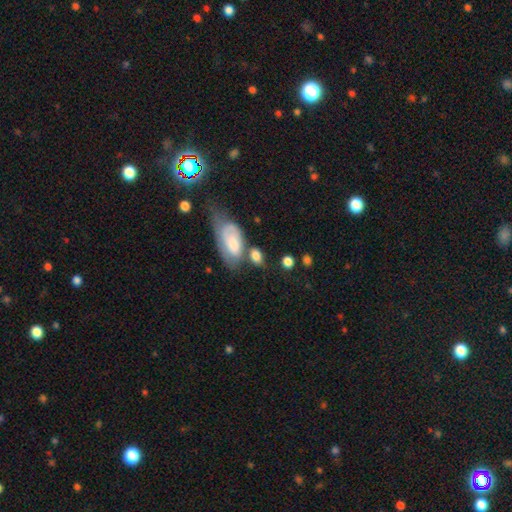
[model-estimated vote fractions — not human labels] smooth-or-featured: smooth: 75% | featured or disk: 18% | star or artifact: 7%
  how-rounded: in between: 77% | round: 18% | cigar-shaped: 5%
  merging: none: 45% | merger: 24% | minor disturbance: 20% | major disturbance: 10%